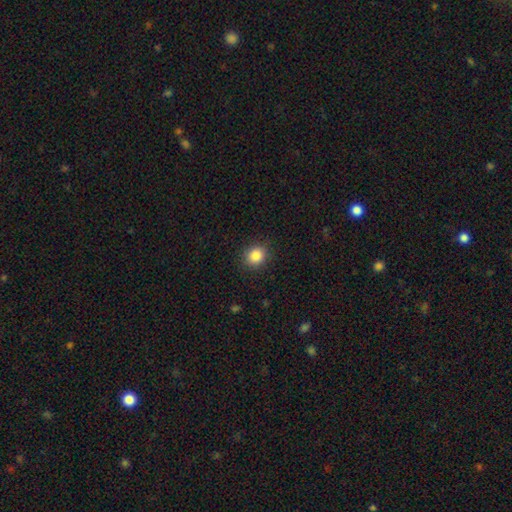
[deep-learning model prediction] Smooth or featured? smooth (86%)
How rounded? round (79%)
Merging? none (89%)